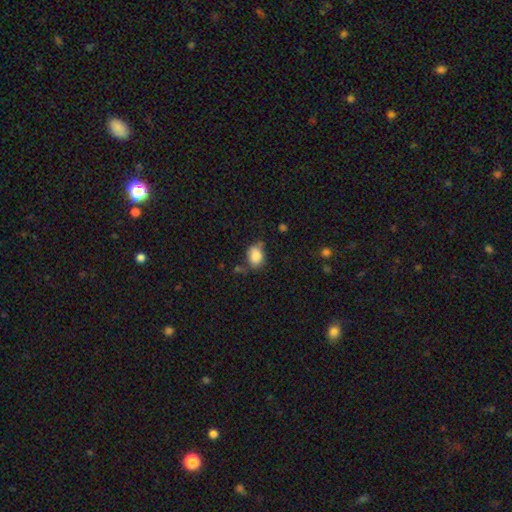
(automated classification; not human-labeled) Smooth or featured?
  - smooth: 86% *
  - star or artifact: 8%
  - featured or disk: 6%
How rounded?
  - in between: 70% *
  - round: 29%
  - cigar-shaped: 1%
Merging?
  - none: 59% *
  - minor disturbance: 27%
  - major disturbance: 8%
  - merger: 6%